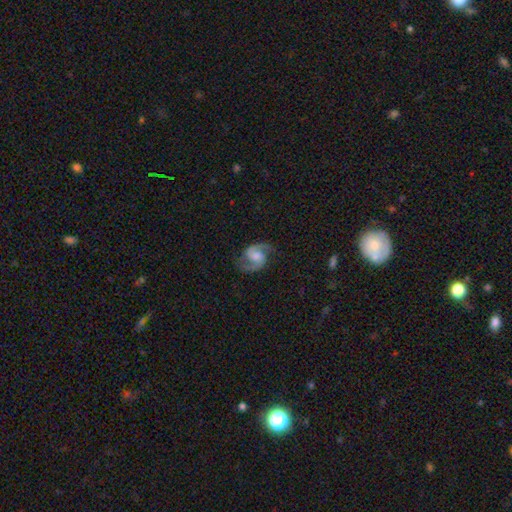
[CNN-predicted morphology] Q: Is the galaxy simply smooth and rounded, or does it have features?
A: featured or disk — 91%.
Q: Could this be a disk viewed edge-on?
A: no — 98%.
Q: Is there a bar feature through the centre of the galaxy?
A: weak — 45%.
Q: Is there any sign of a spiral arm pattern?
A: yes — 98%.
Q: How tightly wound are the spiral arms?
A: medium — 62%.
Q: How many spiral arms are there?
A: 2 — 94%.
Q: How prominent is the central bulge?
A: moderate — 46%.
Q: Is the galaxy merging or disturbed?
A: none — 81%.